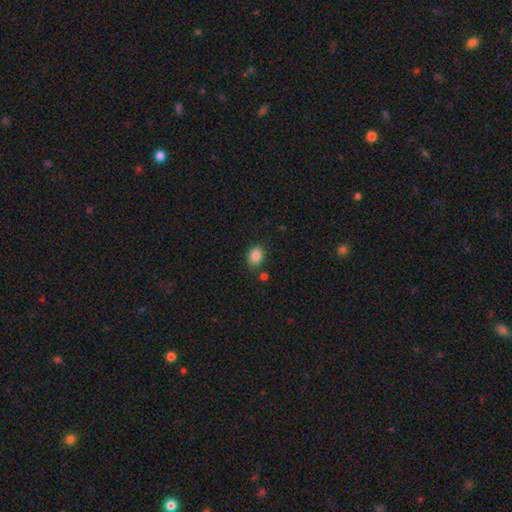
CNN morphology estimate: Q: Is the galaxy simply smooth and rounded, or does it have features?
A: smooth — 86%.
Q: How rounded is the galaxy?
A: in between — 62%.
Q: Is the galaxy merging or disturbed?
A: none — 75%.